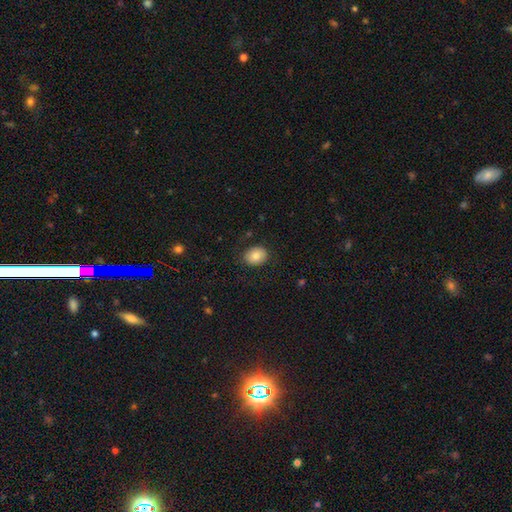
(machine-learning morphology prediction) smooth_or_featured: smooth (p=0.82) [alt: featured or disk p=0.09]
how_rounded: in between (p=0.53) [alt: round p=0.47]
merging: none (p=0.84) [alt: minor disturbance p=0.12]